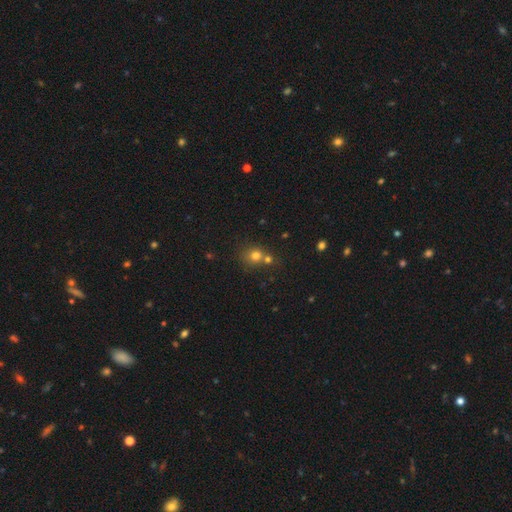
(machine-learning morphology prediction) Smooth or featured?
  - smooth: 75% *
  - star or artifact: 15%
  - featured or disk: 10%
How rounded?
  - round: 81% *
  - in between: 18%
  - cigar-shaped: 1%
Merging?
  - none: 48% *
  - merger: 39%
  - minor disturbance: 9%
  - major disturbance: 4%